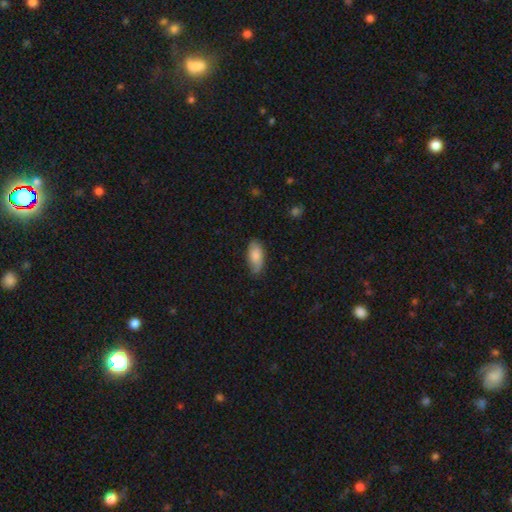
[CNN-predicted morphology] Smooth or featured? Predicted: smooth (p=0.78). How rounded? Predicted: in between (p=0.91). Merging? Predicted: none (p=0.72).